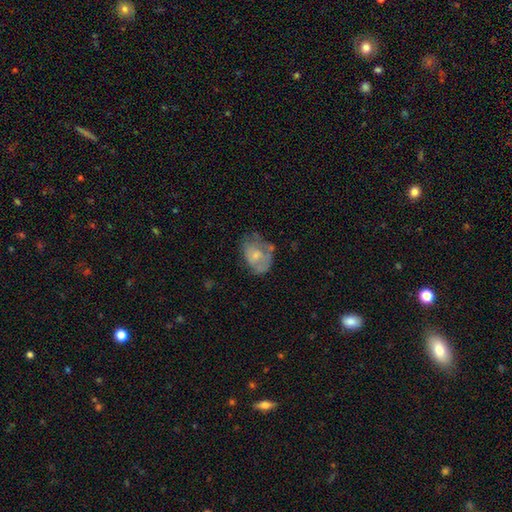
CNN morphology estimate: Smooth or featured?
  - smooth: 49% *
  - featured or disk: 42%
  - star or artifact: 9%
Merging?
  - none: 37% *
  - minor disturbance: 31%
  - major disturbance: 26%
  - merger: 6%